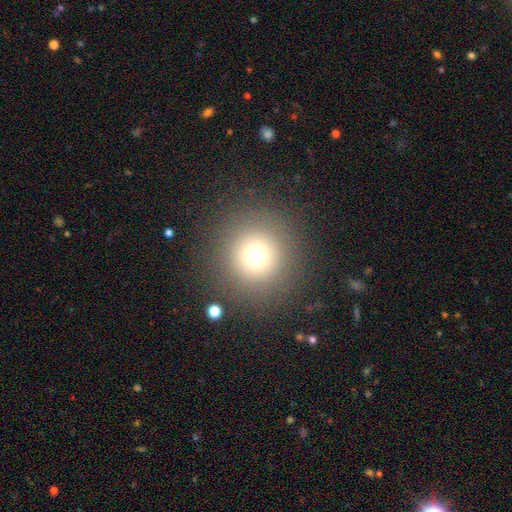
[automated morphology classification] This appears to be a smooth galaxy with no disk features (71%) that is round (96%). Merging: none (88%).